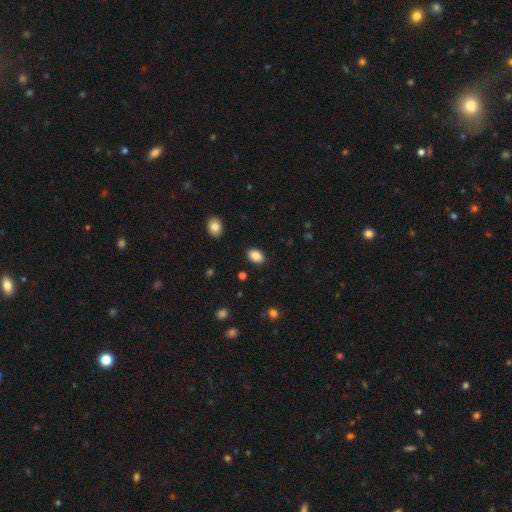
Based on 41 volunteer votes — Smooth or featured? 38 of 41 (93%) said smooth. How rounded? 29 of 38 (76%) said in between. Merging? 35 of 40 (88%) said none.